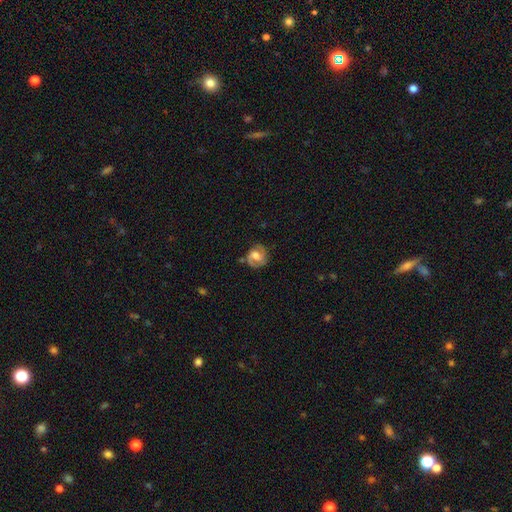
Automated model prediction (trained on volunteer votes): featured or disk 61%, smooth 31%, star or artifact 7%. Down the decision tree: edge-on disk — no (97%); bar — weak (44%); spiral arms — yes (85%); spiral arm count — 2 (74%); spiral winding — medium (43%); bulge size — moderate (46%); merging — none (67%).